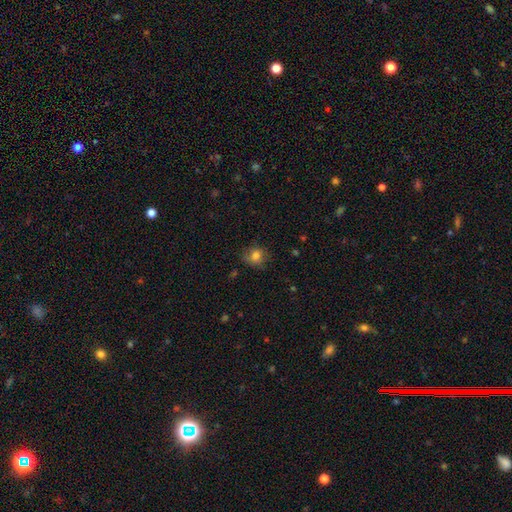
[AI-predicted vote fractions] The model was most divided on "how rounded": round: 75%, in between: 24%, cigar-shaped: 1%. More confident: smooth or featured — smooth (79%); merging — none (75%).